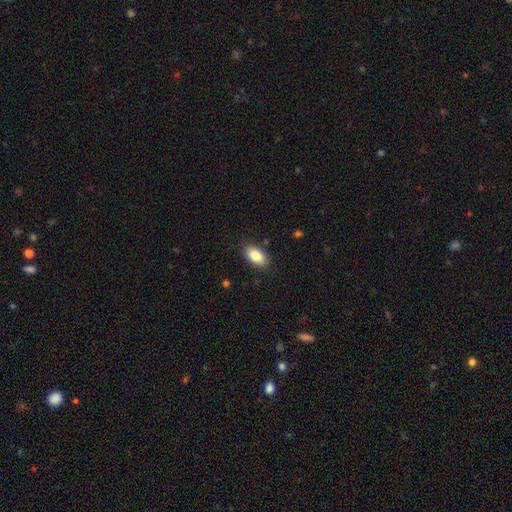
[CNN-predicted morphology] Overall: smooth (85%). How rounded: in between (93%). Merging: none (87%).